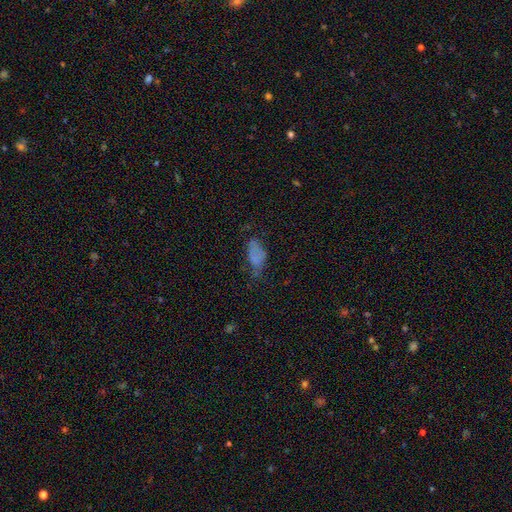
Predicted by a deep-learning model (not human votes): The model was most divided on "merging": none: 40%, minor disturbance: 31%, major disturbance: 25%, merger: 4%. More confident: how rounded — in between (88%); smooth or featured — smooth (62%).